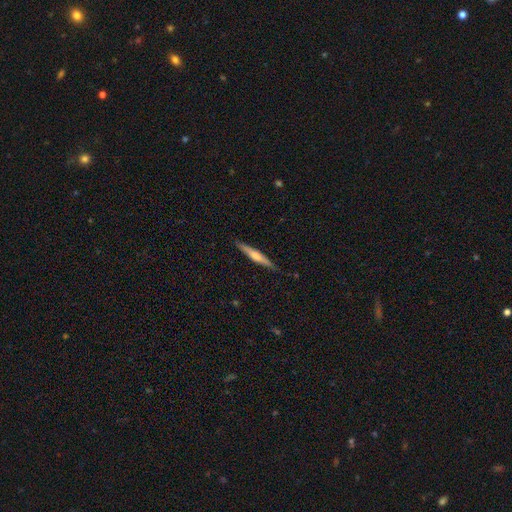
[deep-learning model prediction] This appears to be a featured or disk galaxy (53%) viewed edge-on (97%) with a rounded central bulge (70%). Merging: none (88%).